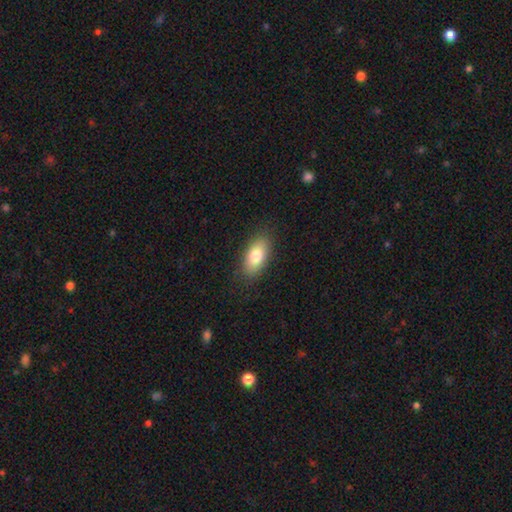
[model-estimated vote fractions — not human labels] Overall: smooth (80%). How rounded: in between (90%). Merging: none (85%).